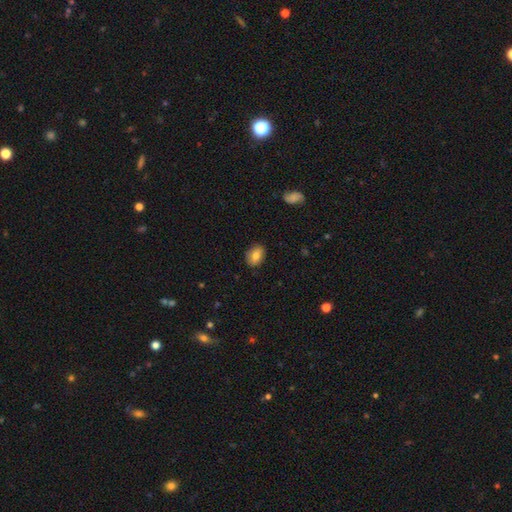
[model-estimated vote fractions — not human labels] smooth 79%, featured or disk 13%, star or artifact 8%. Down the decision tree: how rounded — in between (74%); merging — none (85%).